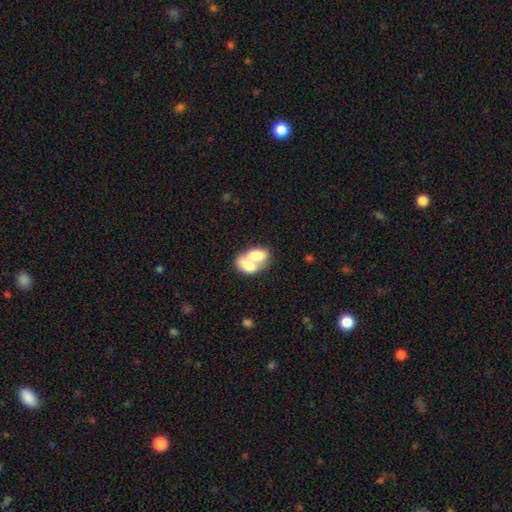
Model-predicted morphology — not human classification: Smooth or featured?
  - smooth: 69% *
  - featured or disk: 24%
  - star or artifact: 7%
How rounded?
  - in between: 85% *
  - round: 13%
  - cigar-shaped: 2%
Merging?
  - merger: 78% *
  - none: 13%
  - minor disturbance: 5%
  - major disturbance: 4%